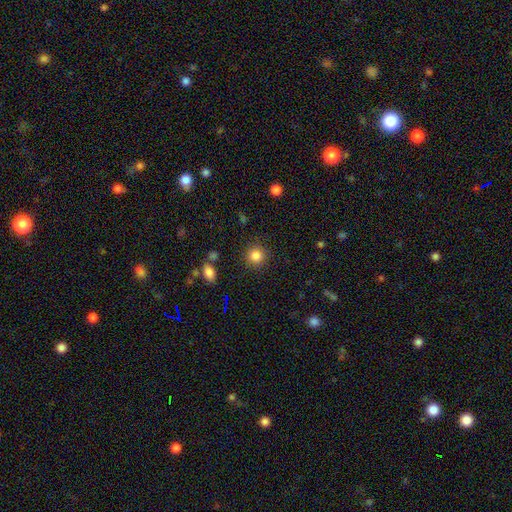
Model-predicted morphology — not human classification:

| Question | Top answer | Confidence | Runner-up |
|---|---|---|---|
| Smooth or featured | smooth | 85% | star or artifact (11%) |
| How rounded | round | 92% | in between (7%) |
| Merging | none | 87% | minor disturbance (7%) |